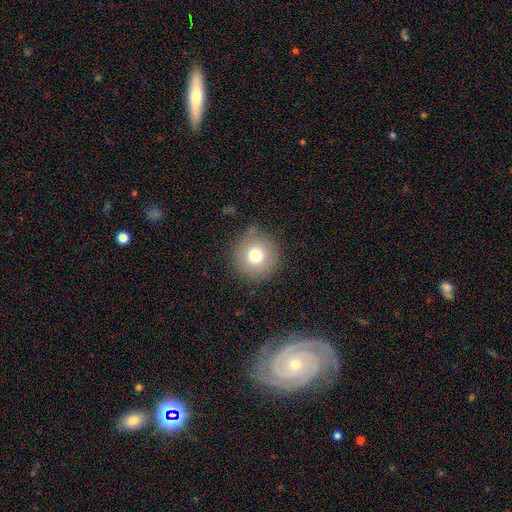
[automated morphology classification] This appears to be a smooth galaxy with no disk features (75%) that is round (95%). Merging: none (84%).